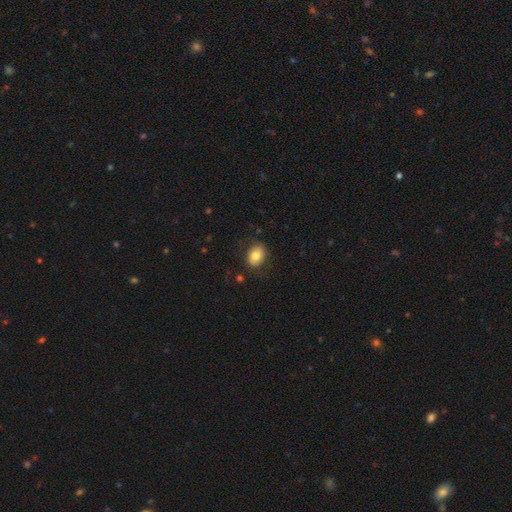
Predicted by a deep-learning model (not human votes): Smooth or featured? Predicted: smooth (p=0.80). How rounded? Predicted: in between (p=0.71). Merging? Predicted: none (p=0.81).